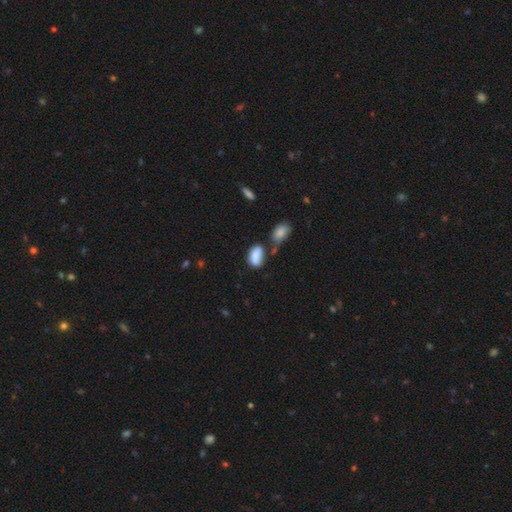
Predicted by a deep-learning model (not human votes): A smooth galaxy with no disk features (81%) that is in between round and cigar-shaped (89%). Merging: none (43%).